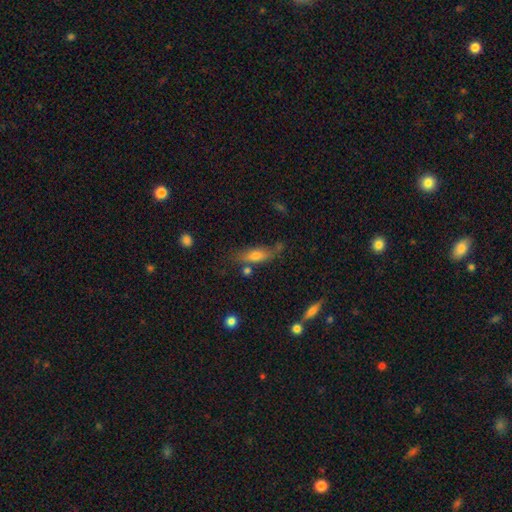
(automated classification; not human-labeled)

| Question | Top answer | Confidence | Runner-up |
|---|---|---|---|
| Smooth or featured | smooth | 68% | featured or disk (23%) |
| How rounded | in between | 57% | cigar-shaped (39%) |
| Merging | none | 60% | minor disturbance (21%) |